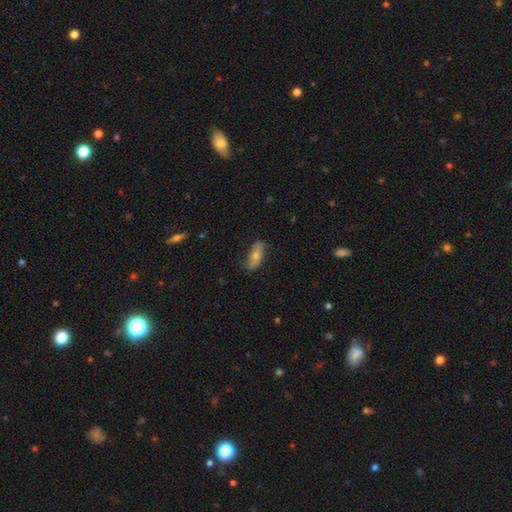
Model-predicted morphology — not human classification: The model was most divided on "smooth or featured": smooth: 64%, featured or disk: 29%, star or artifact: 7%. More confident: how rounded — in between (80%); merging — none (77%).